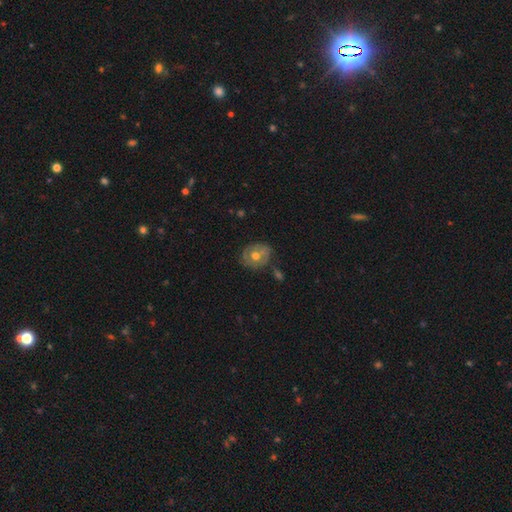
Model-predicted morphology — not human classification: smooth_or_featured: smooth (p=0.47) [alt: featured or disk p=0.45]
merging: none (p=0.68) [alt: minor disturbance p=0.21]